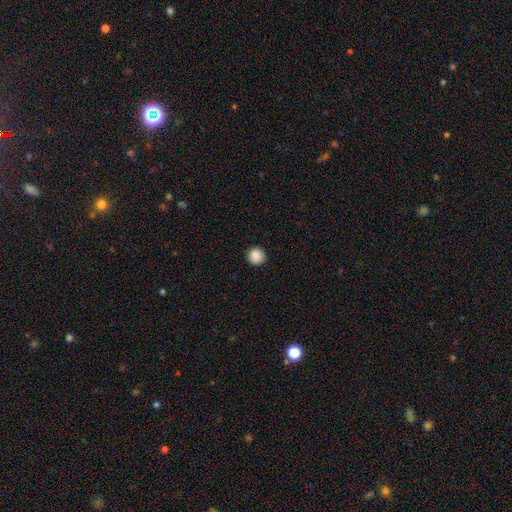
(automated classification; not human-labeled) The model was most divided on "smooth or featured": smooth: 89%, star or artifact: 9%, featured or disk: 2%. More confident: how rounded — round (95%); merging — none (92%).